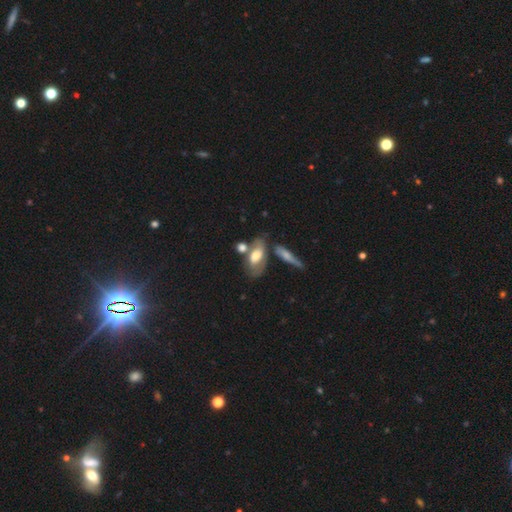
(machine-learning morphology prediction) This appears to be a smooth galaxy with no disk features (58%) that is in between round and cigar-shaped (85%). Merging: none (45%).